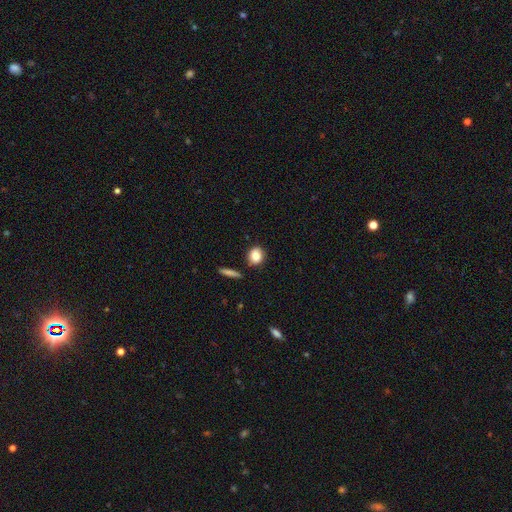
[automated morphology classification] type=smooth (85%); roundness=round (63%); merging=none (81%).